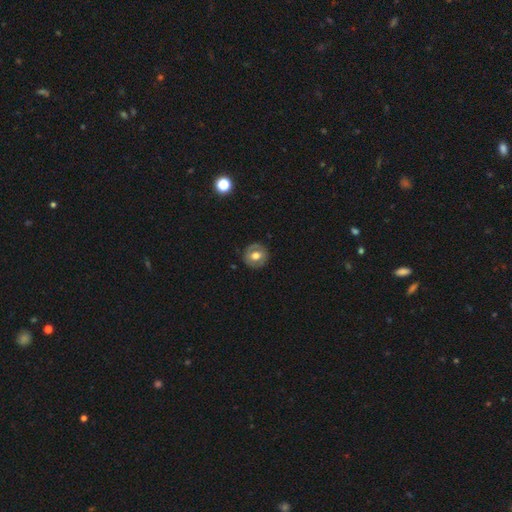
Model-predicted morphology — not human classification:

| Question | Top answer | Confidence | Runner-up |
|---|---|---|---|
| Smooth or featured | smooth | 50% | featured or disk (43%) |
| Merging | none | 85% | minor disturbance (11%) |